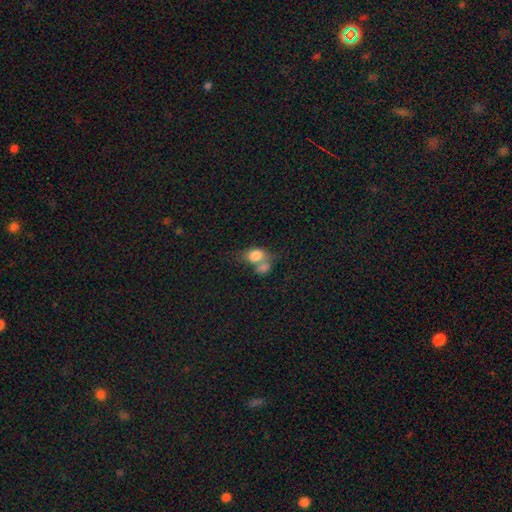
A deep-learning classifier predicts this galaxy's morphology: This is likely a smooth galaxy (79%). How rounded: likely in between (70%). Merging: likely merger (61%).